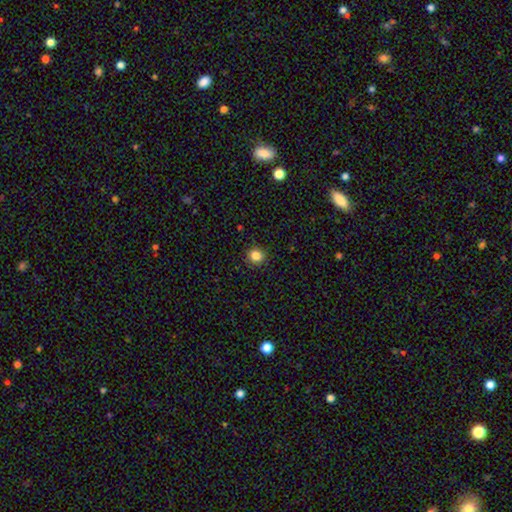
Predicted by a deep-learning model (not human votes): smooth-or-featured: smooth: 83% | star or artifact: 12% | featured or disk: 5%
  how-rounded: round: 90% | in between: 9% | cigar-shaped: 1%
  merging: none: 91% | minor disturbance: 6% | major disturbance: 2% | merger: 1%